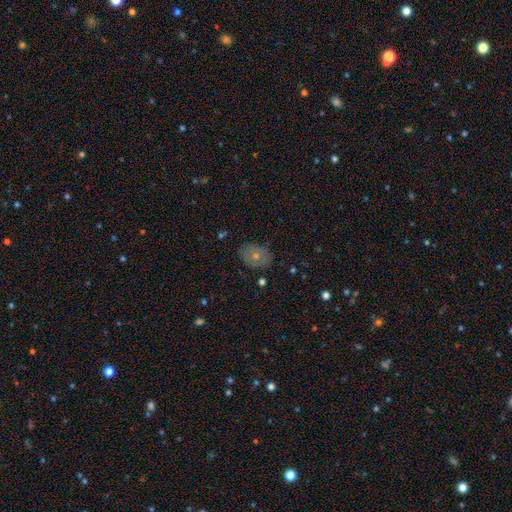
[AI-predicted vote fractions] Smooth or featured: smooth — 59% (featured or disk — 31%)
How rounded: in between — 67% (round — 32%)
Merging: none — 81% (minor disturbance — 14%)